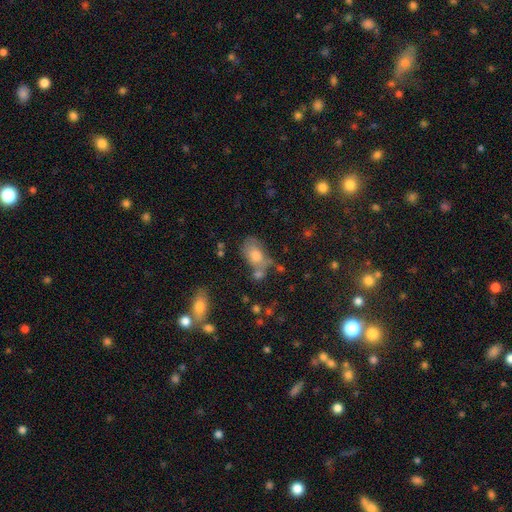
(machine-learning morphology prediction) Smooth or featured? Predicted: smooth (p=0.70). How rounded? Predicted: in between (p=0.83). Merging? Predicted: none (p=0.42).